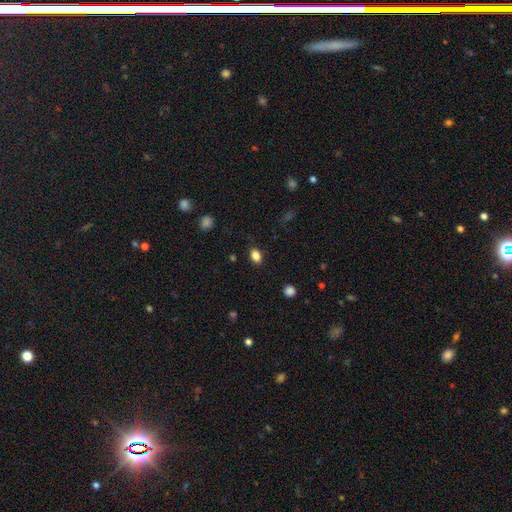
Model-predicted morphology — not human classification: Smooth or featured? smooth (85%)
How rounded? in between (78%)
Merging? none (85%)